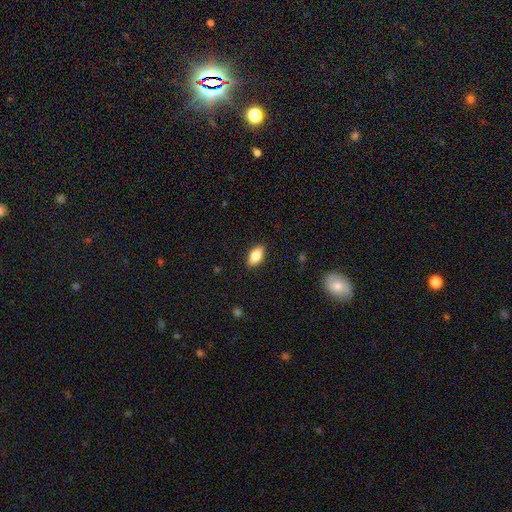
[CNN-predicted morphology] A smooth galaxy with no disk features (74%) that is in between round and cigar-shaped (85%). Merging: none (88%).